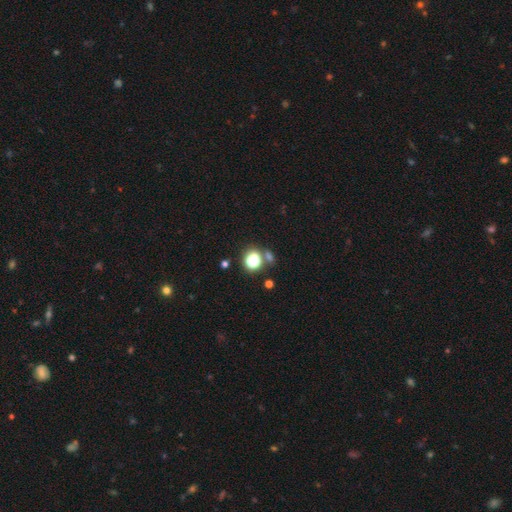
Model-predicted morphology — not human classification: This appears to be a smooth galaxy with no disk features (60%) that is round (76%). Merging: none (67%).